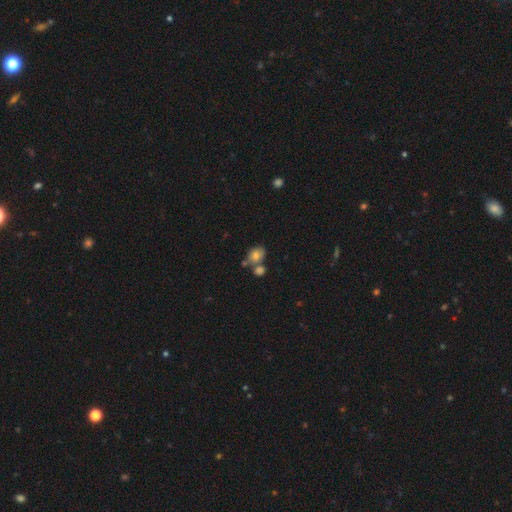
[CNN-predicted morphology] Smooth or featured?
  - smooth: 76% *
  - featured or disk: 13%
  - star or artifact: 11%
How rounded?
  - in between: 50% *
  - round: 48%
  - cigar-shaped: 1%
Merging?
  - none: 47% *
  - merger: 34%
  - minor disturbance: 14%
  - major disturbance: 5%